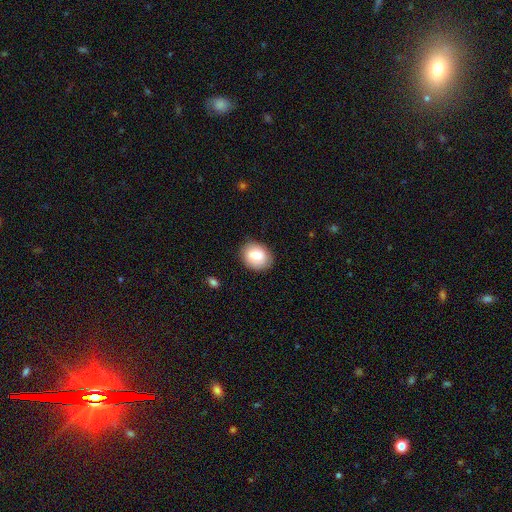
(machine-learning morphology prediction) type=smooth (79%); roundness=round (54%); merging=none (85%).